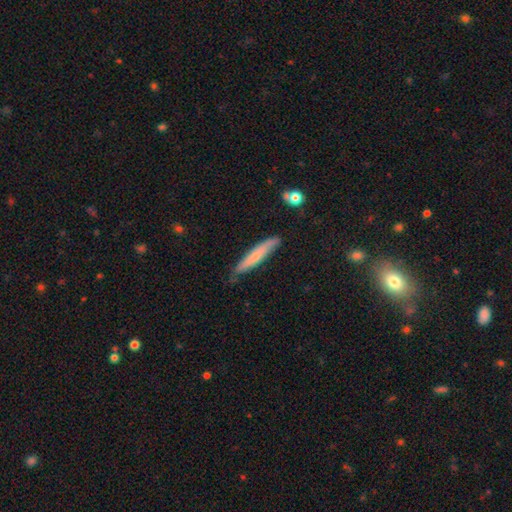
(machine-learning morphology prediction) smooth 64%, featured or disk 30%, star or artifact 6%. Down the decision tree: how rounded — cigar-shaped (93%); merging — none (73%).